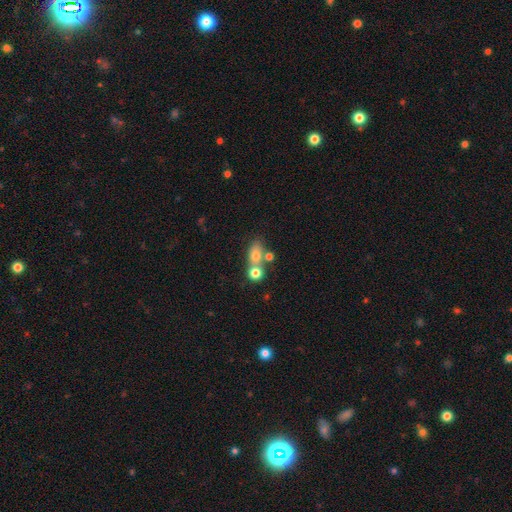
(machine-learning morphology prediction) type=smooth (71%); roundness=in between (60%); merging=merger (44%).